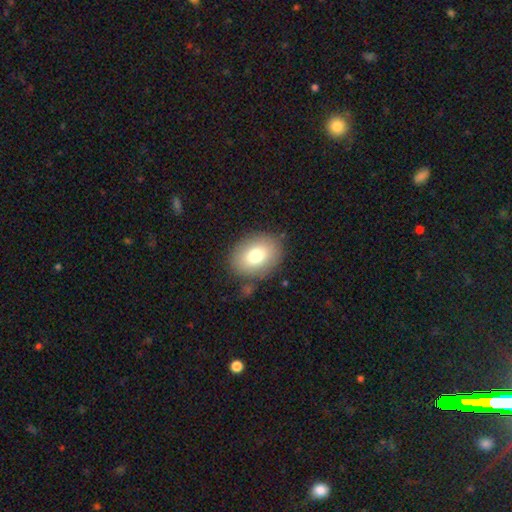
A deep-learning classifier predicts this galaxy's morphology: Q: Smooth or featured?
A: smooth (76%); runner-up: featured or disk (15%)
Q: How rounded?
A: in between (64%); runner-up: round (35%)
Q: Merging?
A: none (82%); runner-up: minor disturbance (11%)